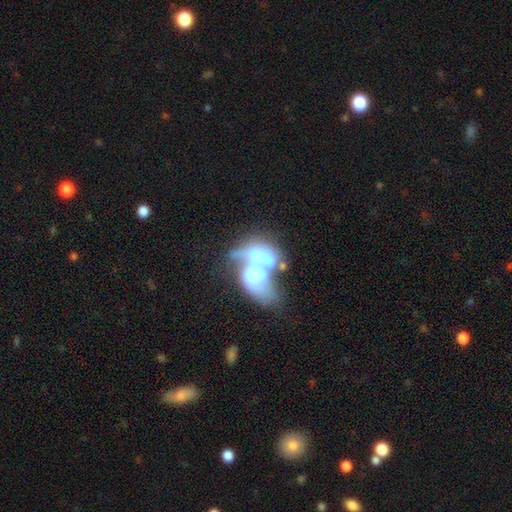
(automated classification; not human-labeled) smooth-or-featured: featured or disk: 57% | smooth: 27% | star or artifact: 16%
  disk-edge-on: no: 95% | yes: 5%
    bar: no: 87% | weak: 7% | strong: 6%
    has-spiral-arms: no: 92% | yes: 8%
    bulge-size: large: 32% | none: 24% | moderate: 20% | dominant: 19% | small: 5%
  merging: merger: 67% | major disturbance: 17% | none: 10% | minor disturbance: 6%